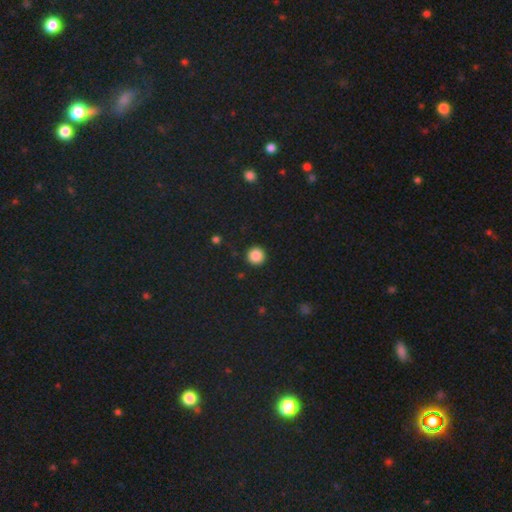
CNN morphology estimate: The model was most divided on "smooth or featured": smooth: 87%, star or artifact: 10%, featured or disk: 3%. More confident: how rounded — round (95%); merging — none (92%).